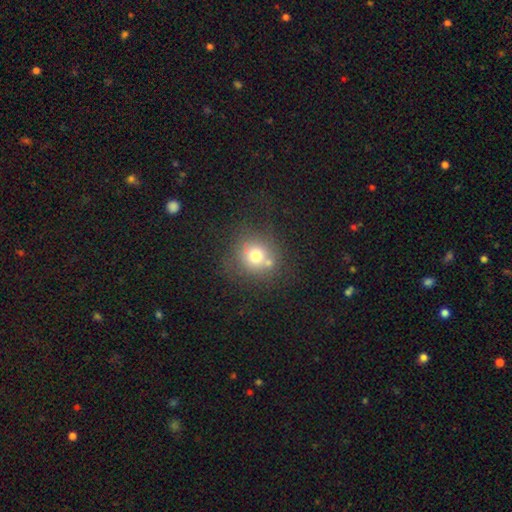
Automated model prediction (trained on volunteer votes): This appears to be a smooth galaxy with no disk features (70%) that is round (87%). Merging: none (62%).